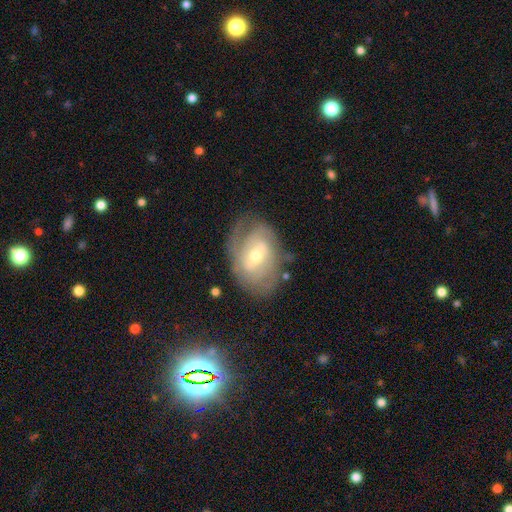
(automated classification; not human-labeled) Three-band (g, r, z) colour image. It shows a featured or disk galaxy (74%) with a weak bar (50%), 2 (40%) tight (51%) spiral arms (83%) and a moderate central bulge (55%). Merging: none (67%).